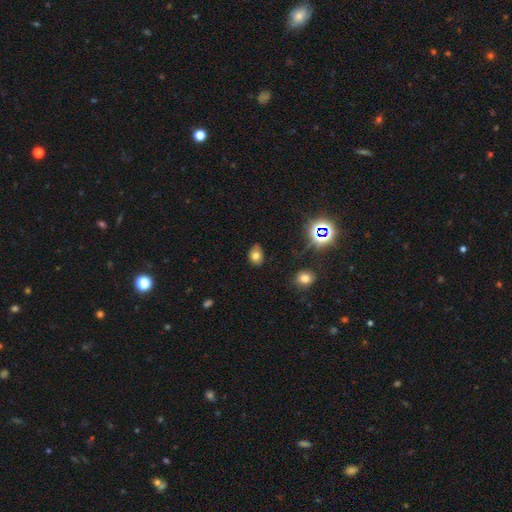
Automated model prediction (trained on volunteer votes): A smooth galaxy with no disk features (71%) that is in between round and cigar-shaped (73%).

Vote fractions:
- Smooth or featured? smooth: 71% / star or artifact: 17% / featured or disk: 12%
- How rounded? in between: 73% / round: 26% / cigar-shaped: 1%
- Merging? none: 73% / minor disturbance: 20% / major disturbance: 4% / merger: 2%